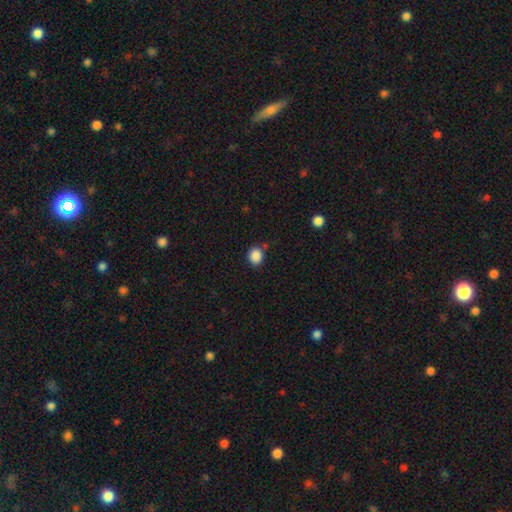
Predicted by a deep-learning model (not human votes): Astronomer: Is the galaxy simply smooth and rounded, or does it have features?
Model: smooth — 88%.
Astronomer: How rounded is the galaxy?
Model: round — 68%.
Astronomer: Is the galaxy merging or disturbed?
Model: none — 79%.